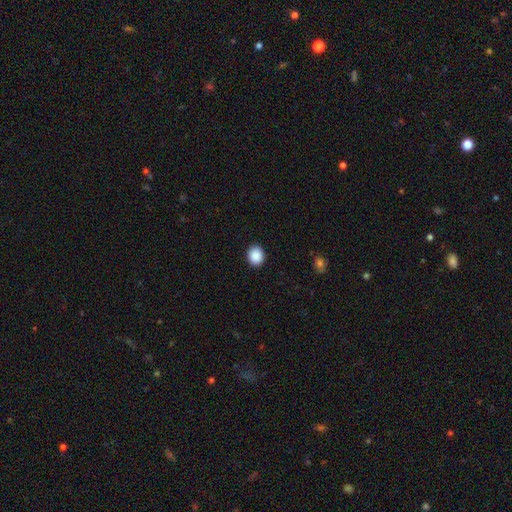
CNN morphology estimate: This is clearly a smooth galaxy (89%). How rounded: likely round (74%). Merging: clearly none (92%).